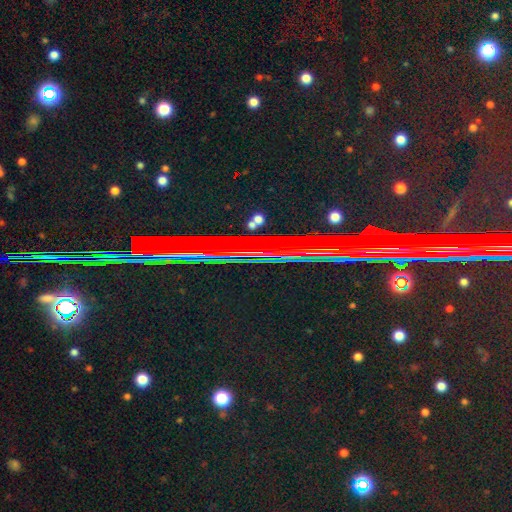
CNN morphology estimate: This is clearly a star or artifact rather than a galaxy (81%).